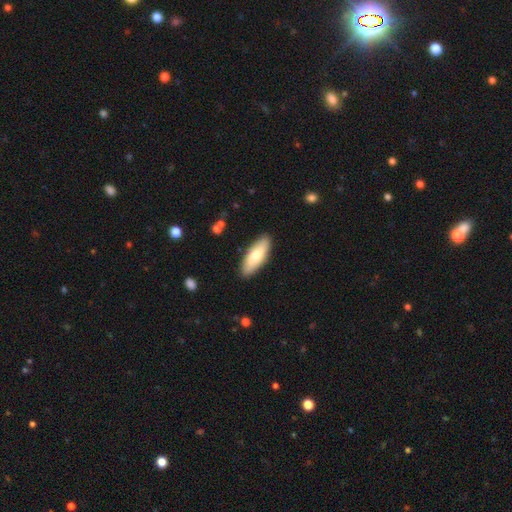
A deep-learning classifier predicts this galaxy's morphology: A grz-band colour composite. It shows a smooth galaxy with no disk features (72%) that is in between round and cigar-shaped (67%). Merging: none (88%).